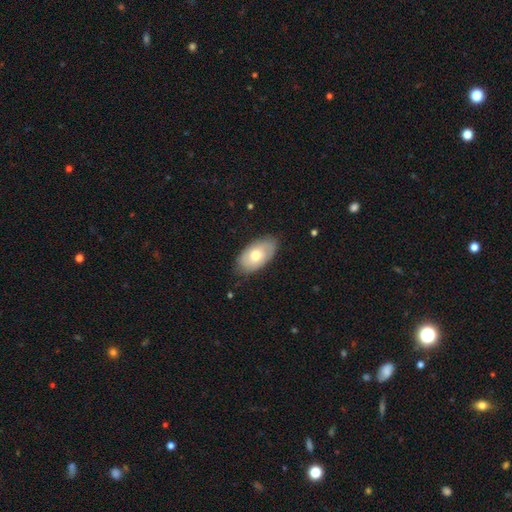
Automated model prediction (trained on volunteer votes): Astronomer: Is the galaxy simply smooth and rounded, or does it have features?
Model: smooth — 60%.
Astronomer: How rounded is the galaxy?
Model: in between — 94%.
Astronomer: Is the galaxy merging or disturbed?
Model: none — 77%.